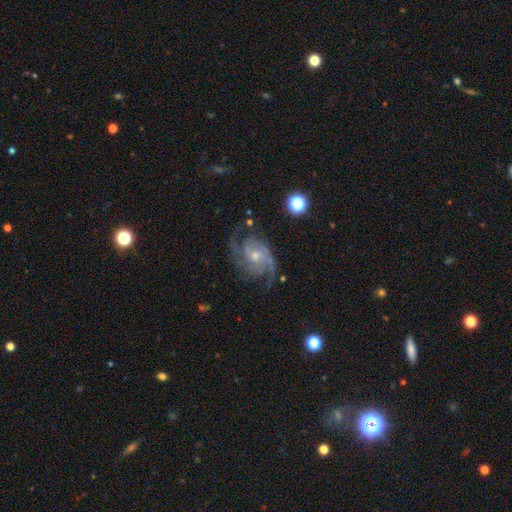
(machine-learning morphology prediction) smooth_or_featured: featured or disk (p=0.90) [alt: star or artifact p=0.06]
disk_edge_on: no (p=0.98) [alt: yes p=0.02]
bar: no (p=0.62) [alt: weak p=0.31]
has_spiral_arms: yes (p=0.98) [alt: no p=0.02]
spiral_winding: medium (p=0.49) [alt: tight p=0.39]
spiral_arm_count: 2 (p=0.46) [alt: 3 p=0.28]
bulge_size: moderate (p=0.48) [alt: small p=0.47]
merging: none (p=0.71) [alt: minor disturbance p=0.18]